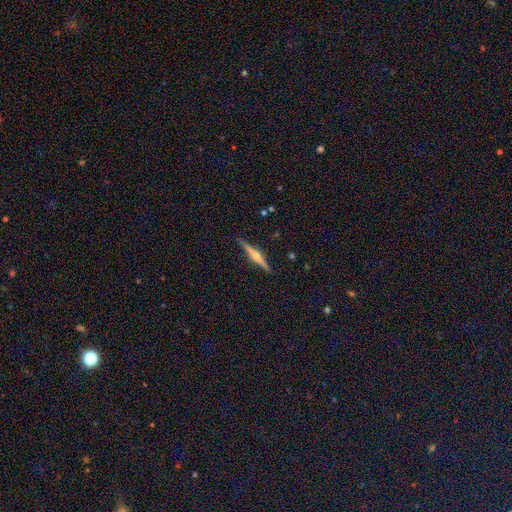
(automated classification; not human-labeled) Morphology: type=featured or disk (71%); edge-on=yes (98%); edge-on bulge=rounded (81%); merging=none (91%).